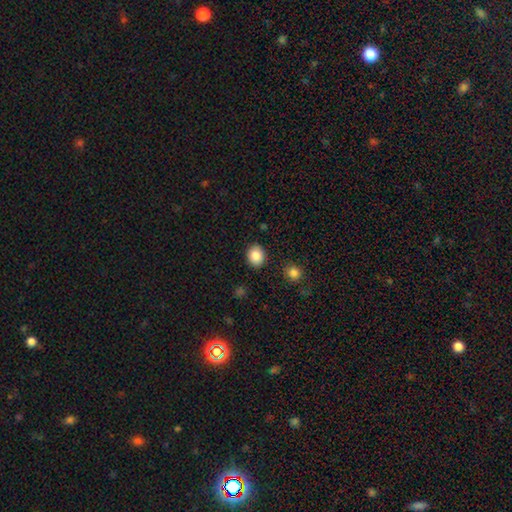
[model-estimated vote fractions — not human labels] Smooth or featured: smooth — 86% (star or artifact — 9%)
How rounded: round — 62% (in between — 38%)
Merging: none — 89% (minor disturbance — 7%)